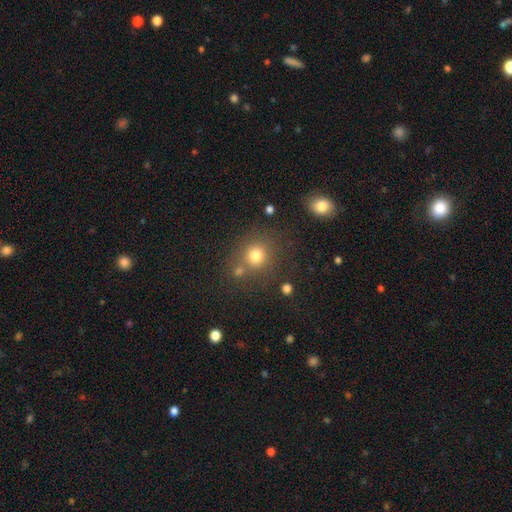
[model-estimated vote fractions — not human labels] A smooth galaxy with no disk features (75%) that is round (88%). Merging: none (72%).